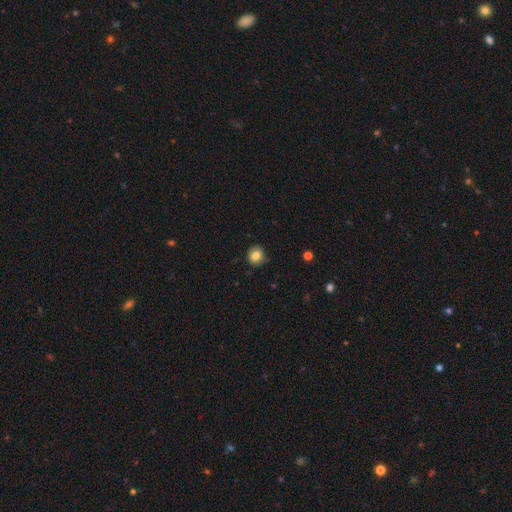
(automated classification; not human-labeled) This appears to be a smooth galaxy with no disk features (82%) that is round (86%). Merging: none (87%).